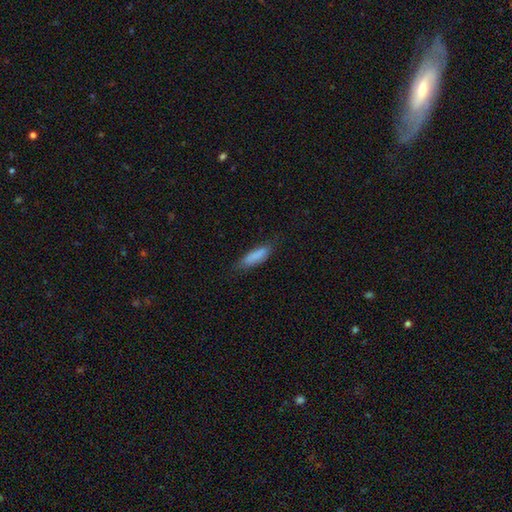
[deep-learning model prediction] This appears to be a smooth galaxy with no disk features (84%) that is cigar-shaped (56%). Merging: none (76%).